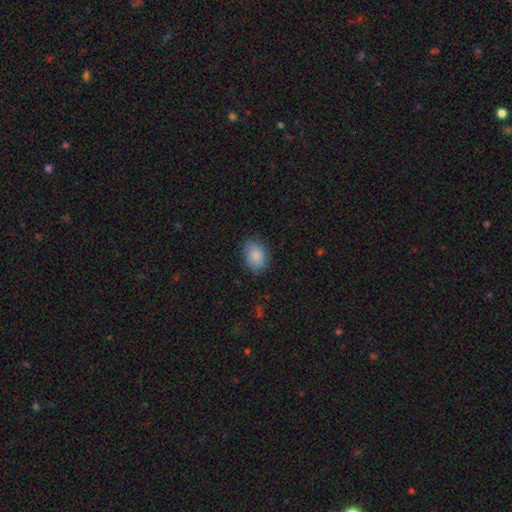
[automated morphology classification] smooth 85%, featured or disk 8%, star or artifact 7%. Down the decision tree: how rounded — in between (74%); merging — none (81%).